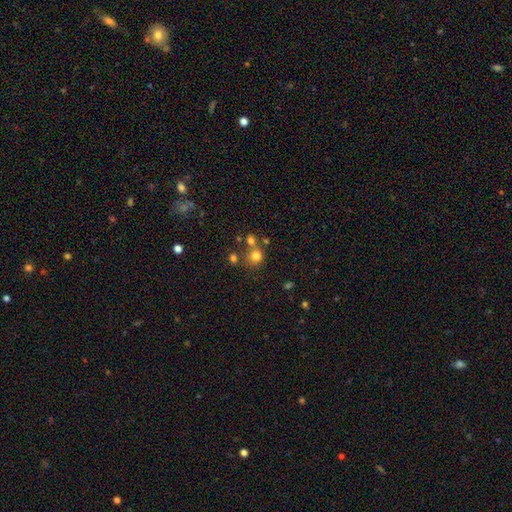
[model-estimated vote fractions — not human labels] Smooth or featured?
  - smooth: 76% *
  - star or artifact: 16%
  - featured or disk: 8%
How rounded?
  - round: 87% *
  - in between: 12%
  - cigar-shaped: 1%
Merging?
  - none: 61% *
  - merger: 25%
  - minor disturbance: 10%
  - major disturbance: 4%